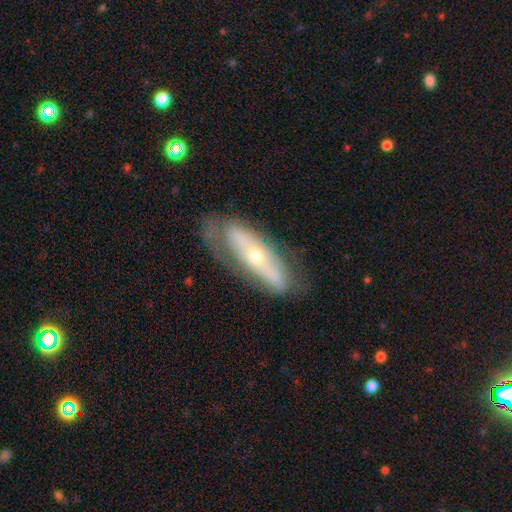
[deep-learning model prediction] A featured or disk galaxy (59%).

Vote fractions:
- Smooth or featured? featured or disk: 59% / smooth: 34% / star or artifact: 7%
- Edge-on disk? no: 69% / yes: 31%
- Merging? none: 57% / minor disturbance: 25% / major disturbance: 15% / merger: 3%